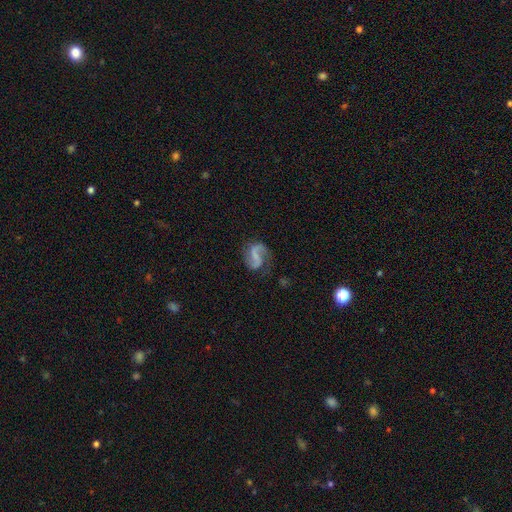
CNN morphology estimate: This is clearly a featured or disk galaxy (84%). It is clearly not viewed edge-on (98%). Bar: marginally weak (43%). Spiral arm pattern: clearly yes (96%). Spiral arm count: clearly 2 (87%). Spiral winding: possibly loose (53%). Central bulge: possibly none (59%). Merging: likely none (72%).